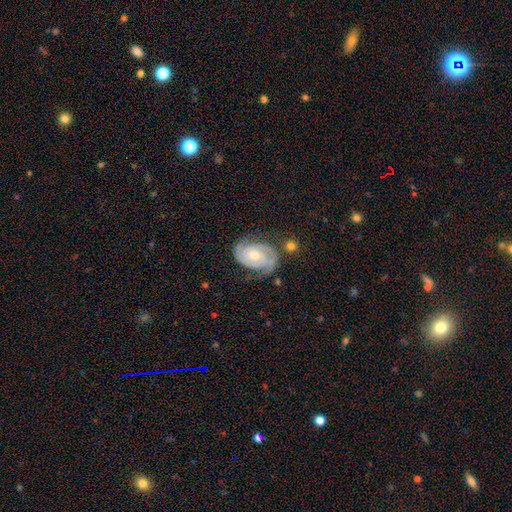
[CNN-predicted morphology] Smooth or featured? Predicted: featured or disk (p=0.81). Edge-on disk? Predicted: no (p=0.97). Bar? Predicted: no (p=0.63). Spiral arms? Predicted: yes (p=0.95). Spiral winding? Predicted: tight (p=0.59). Spiral arm count? Predicted: 2 (p=0.72). Bulge size? Predicted: moderate (p=0.57). Merging? Predicted: none (p=0.65).